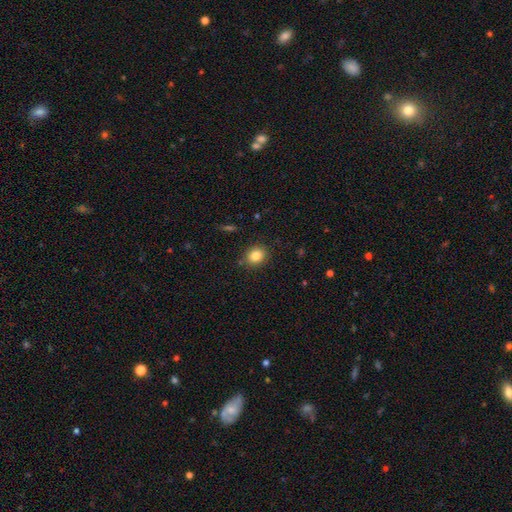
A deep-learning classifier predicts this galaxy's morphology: Smooth or featured? smooth (83%)
How rounded? round (64%)
Merging? none (86%)